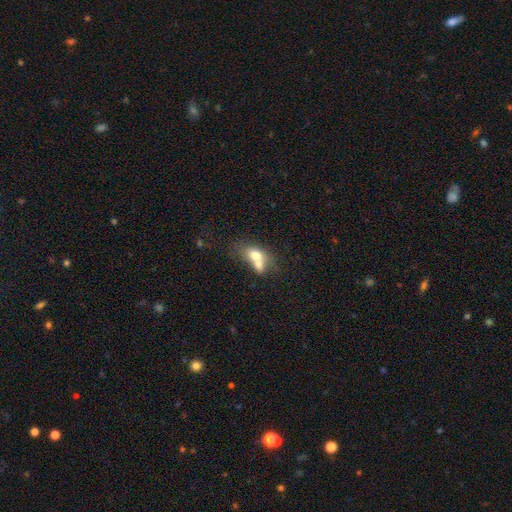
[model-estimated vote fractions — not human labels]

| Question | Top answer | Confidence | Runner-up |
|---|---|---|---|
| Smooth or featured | smooth | 66% | featured or disk (25%) |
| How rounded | in between | 68% | round (28%) |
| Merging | merger | 70% | none (18%) |